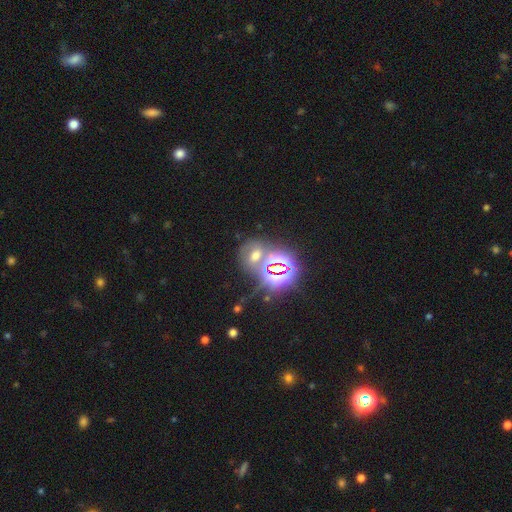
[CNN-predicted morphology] Smooth or featured?
  - star or artifact: 49% *
  - smooth: 34%
  - featured or disk: 17%